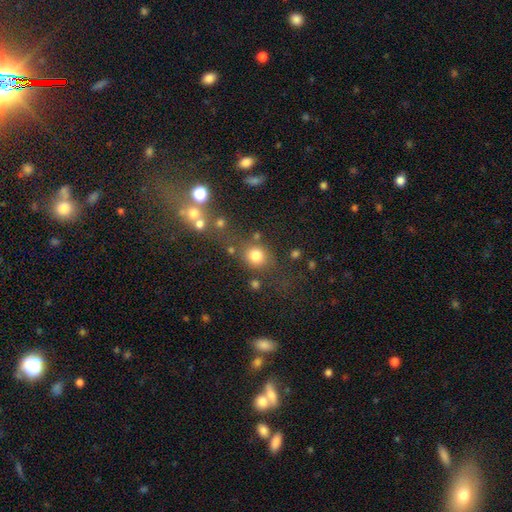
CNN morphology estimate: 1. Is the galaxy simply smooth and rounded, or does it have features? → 78% smooth, 14% star or artifact, 8% featured or disk.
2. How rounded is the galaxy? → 76% round, 23% in between, 2% cigar-shaped.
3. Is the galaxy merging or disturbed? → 64% none, 14% minor disturbance, 13% merger, 9% major disturbance.